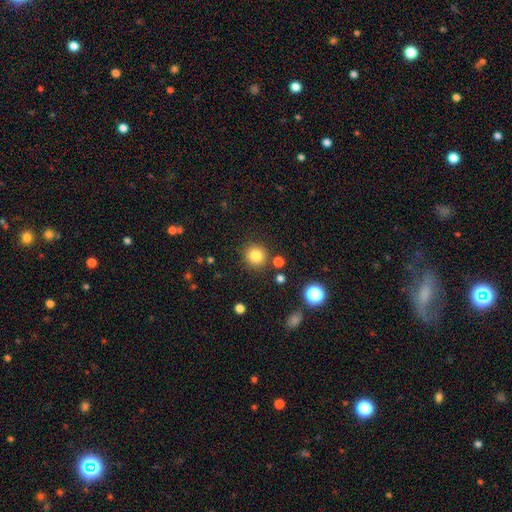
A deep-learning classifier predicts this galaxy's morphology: smooth 82%, star or artifact 12%, featured or disk 6%. Down the decision tree: how rounded — round (93%); merging — none (87%).